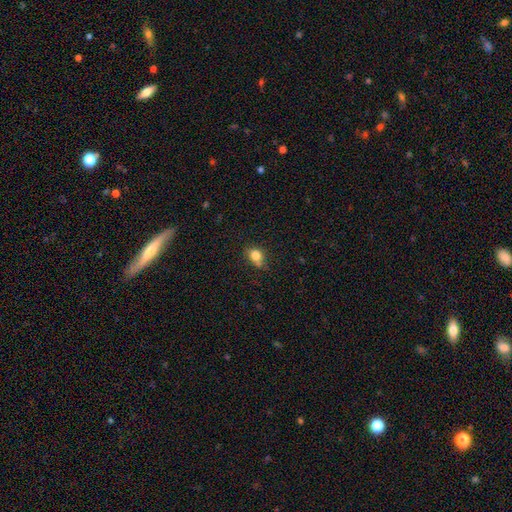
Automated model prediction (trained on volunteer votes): Morphology: type=smooth (81%); roundness=in between (54%); merging=none (64%).